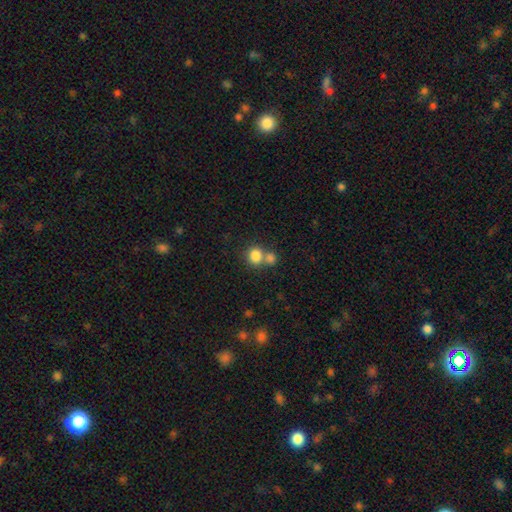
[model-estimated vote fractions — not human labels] Overall: smooth (83%). How rounded: round (78%). Merging: none (49%; merger 40%).